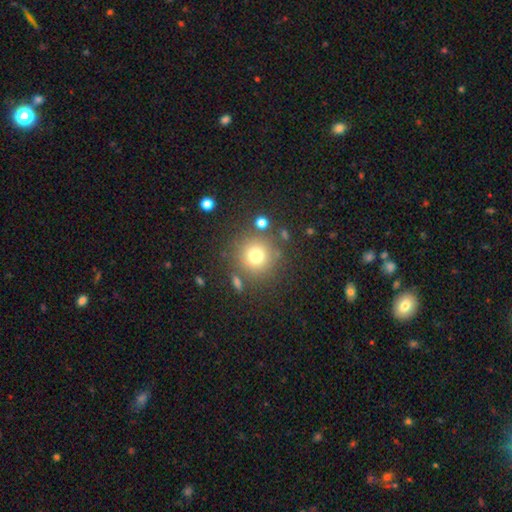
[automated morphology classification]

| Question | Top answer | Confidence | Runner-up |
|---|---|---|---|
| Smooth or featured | smooth | 74% | star or artifact (15%) |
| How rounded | round | 94% | in between (5%) |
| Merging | none | 82% | minor disturbance (9%) |